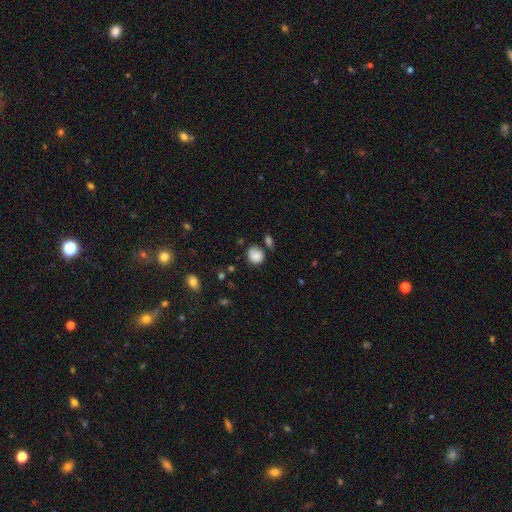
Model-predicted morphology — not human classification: This appears to be a smooth galaxy with no disk features (81%) that is round (78%). Merging: none (57%).